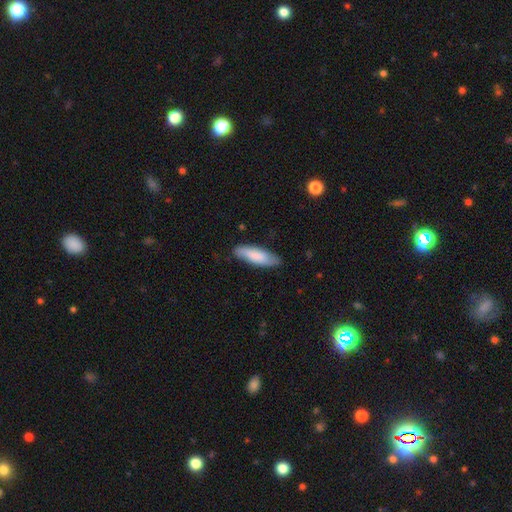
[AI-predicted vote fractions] smooth_or_featured: smooth (p=0.79) [alt: featured or disk p=0.15]
how_rounded: cigar-shaped (p=0.52) [alt: in between p=0.47]
merging: none (p=0.82) [alt: minor disturbance p=0.14]